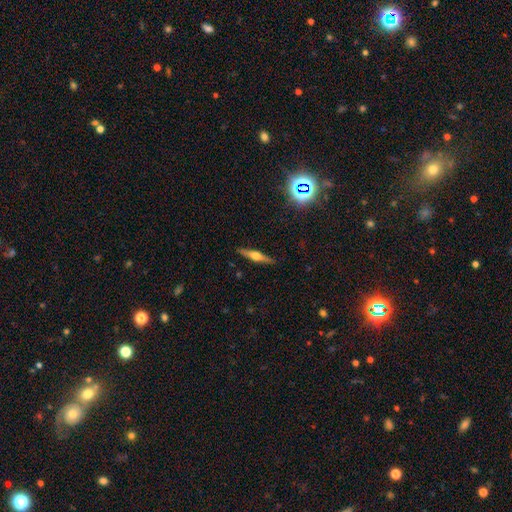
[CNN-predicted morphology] A featured or disk galaxy (67%) viewed edge-on (97%) with a rounded central bulge (93%). Merging: none (90%).